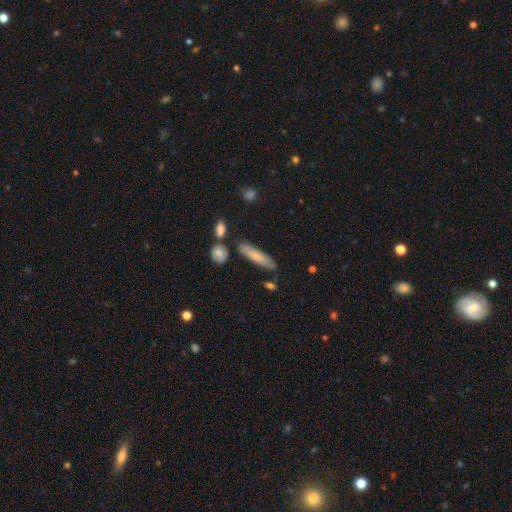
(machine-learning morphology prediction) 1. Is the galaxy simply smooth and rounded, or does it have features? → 71% smooth, 22% featured or disk, 7% star or artifact.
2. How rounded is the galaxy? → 76% cigar-shaped, 22% in between, 2% round.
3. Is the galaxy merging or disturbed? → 75% none, 15% minor disturbance, 6% merger, 3% major disturbance.